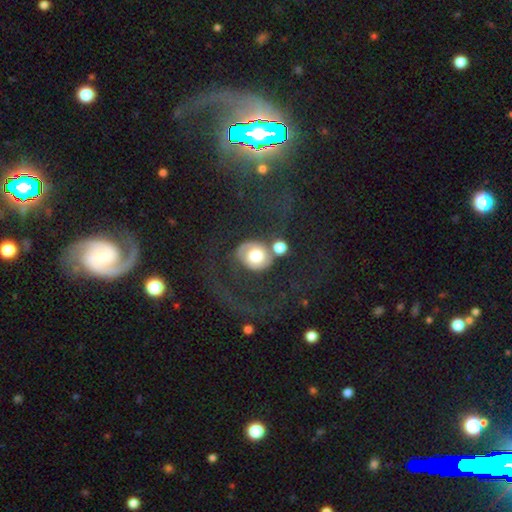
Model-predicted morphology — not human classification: Smooth or featured? featured or disk (49%)
Merging? none (34%)